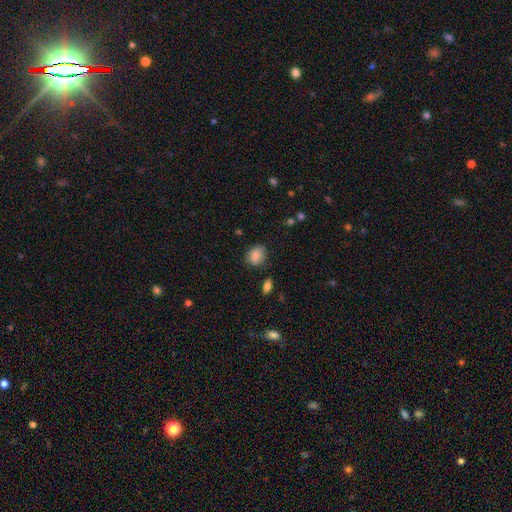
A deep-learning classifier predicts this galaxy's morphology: Q: Smooth or featured?
A: smooth (85%); runner-up: star or artifact (8%)
Q: How rounded?
A: in between (52%); runner-up: round (47%)
Q: Merging?
A: none (75%); runner-up: minor disturbance (18%)